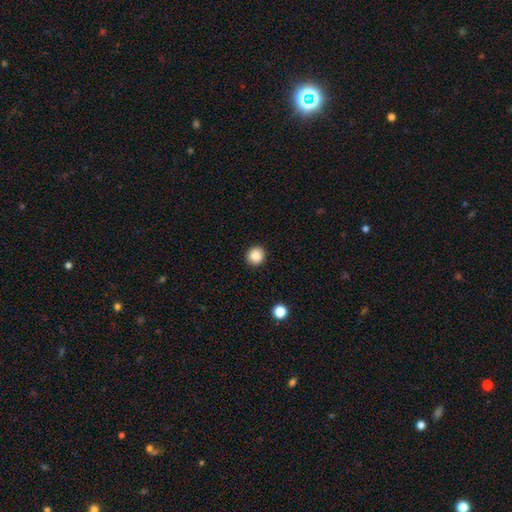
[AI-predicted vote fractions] Smooth or featured: smooth — 87% (star or artifact — 9%)
How rounded: round — 90% (in between — 9%)
Merging: none — 92% (minor disturbance — 6%)